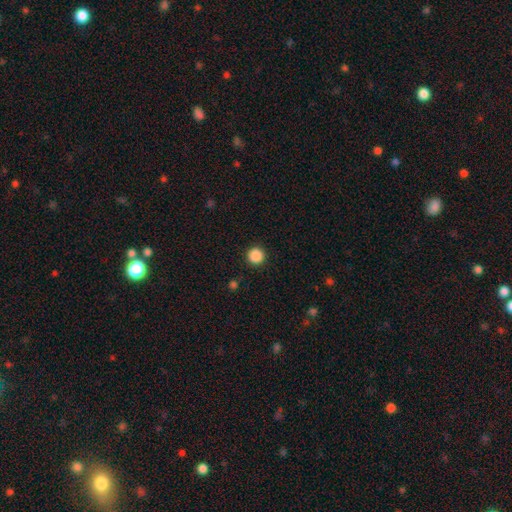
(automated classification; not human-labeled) This is clearly a smooth galaxy (88%). How rounded: clearly round (96%). Merging: clearly none (93%).